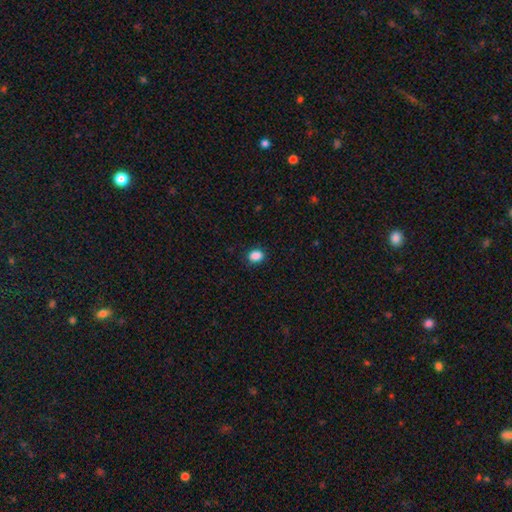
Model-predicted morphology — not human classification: A smooth galaxy with no disk features (87%) that is in between round and cigar-shaped (61%). Merging: none (84%).